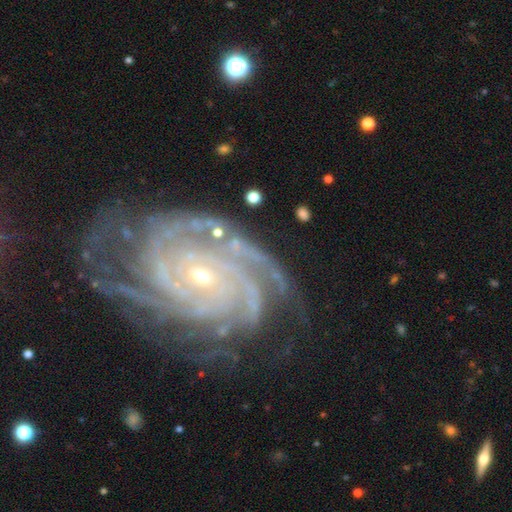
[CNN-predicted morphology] Smooth or featured? Predicted: featured or disk (p=0.93). Edge-on disk? Predicted: no (p=0.97). Bar? Predicted: no (p=0.69). Spiral arms? Predicted: yes (p=0.99). Spiral winding? Predicted: tight (p=0.77). Spiral arm count? Predicted: 4 (p=0.30). Bulge size? Predicted: small (p=0.74). Merging? Predicted: none (p=0.69).